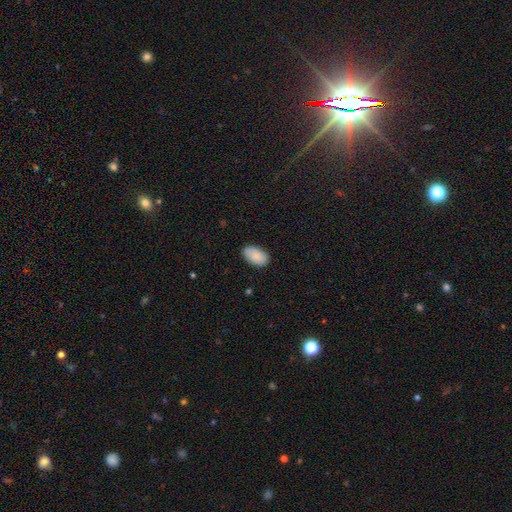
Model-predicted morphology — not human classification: smooth-or-featured: smooth: 87% | star or artifact: 7% | featured or disk: 6%
  how-rounded: in between: 94% | round: 5% | cigar-shaped: 1%
  merging: none: 83% | minor disturbance: 13% | major disturbance: 2% | merger: 1%